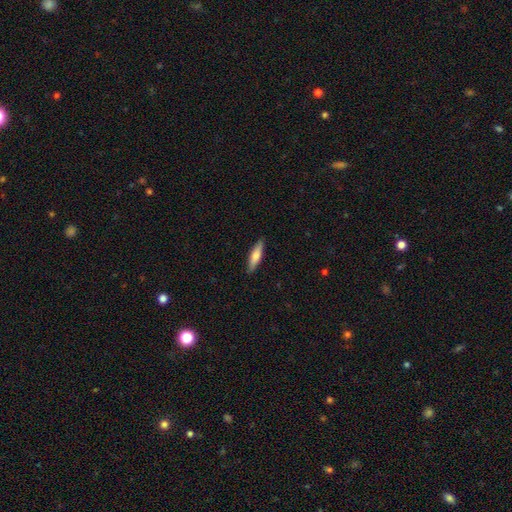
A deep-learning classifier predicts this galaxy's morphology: The model was most divided on "smooth or featured": smooth: 66%, featured or disk: 29%, star or artifact: 5%. More confident: merging — none (90%); how rounded — cigar-shaped (76%).